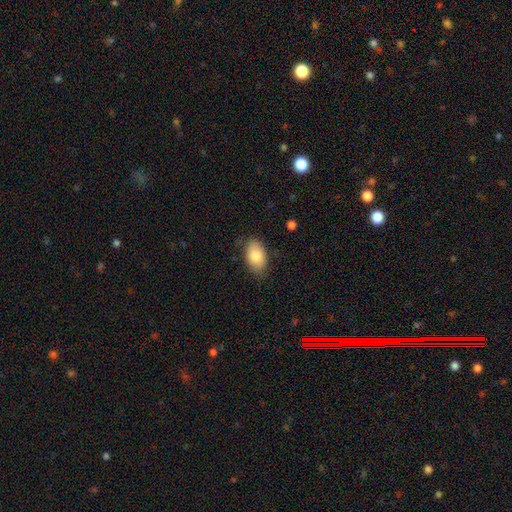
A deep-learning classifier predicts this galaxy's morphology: smooth 83%, featured or disk 10%, star or artifact 7%. Down the decision tree: how rounded — in between (92%); merging — none (80%).